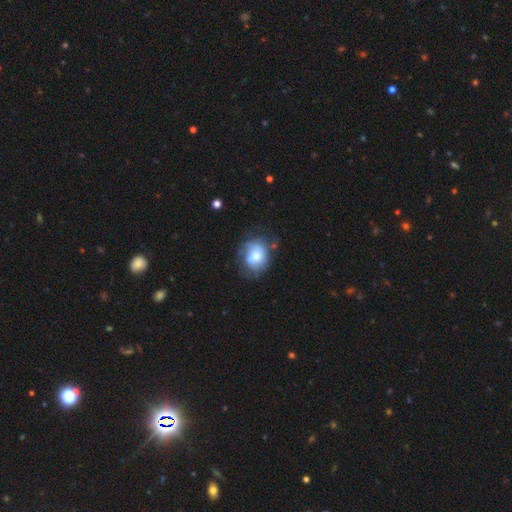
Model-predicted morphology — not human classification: Smooth or featured?
  - smooth: 63% *
  - featured or disk: 28%
  - star or artifact: 8%
How rounded?
  - round: 56% *
  - in between: 43%
  - cigar-shaped: 1%
Merging?
  - none: 53% *
  - minor disturbance: 28%
  - major disturbance: 15%
  - merger: 5%